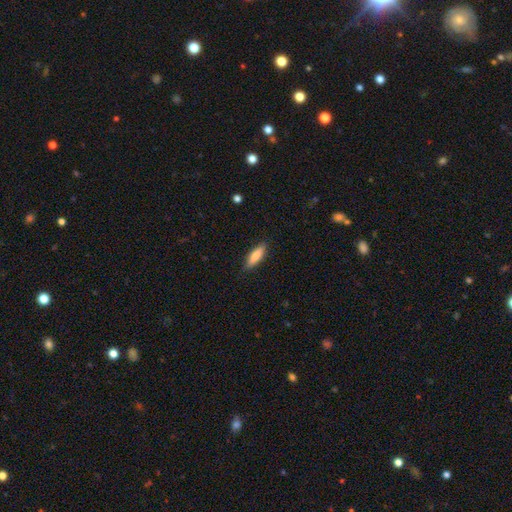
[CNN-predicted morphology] smooth_or_featured: smooth (p=0.77) [alt: featured or disk p=0.18]
how_rounded: cigar-shaped (p=0.58) [alt: in between p=0.40]
merging: none (p=0.85) [alt: minor disturbance p=0.11]